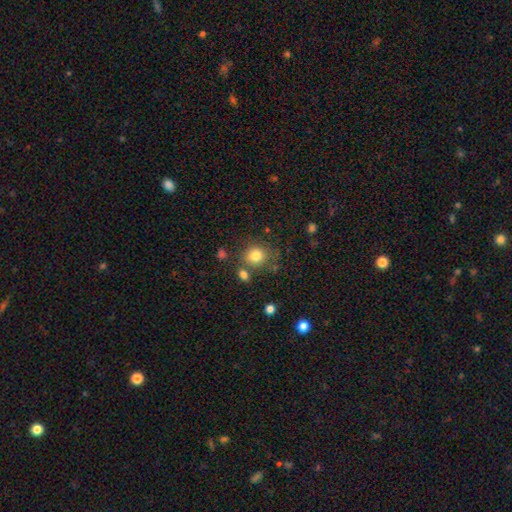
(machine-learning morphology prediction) Smooth or featured: smooth — 81% (star or artifact — 11%)
How rounded: round — 78% (in between — 21%)
Merging: none — 68% (minor disturbance — 14%)